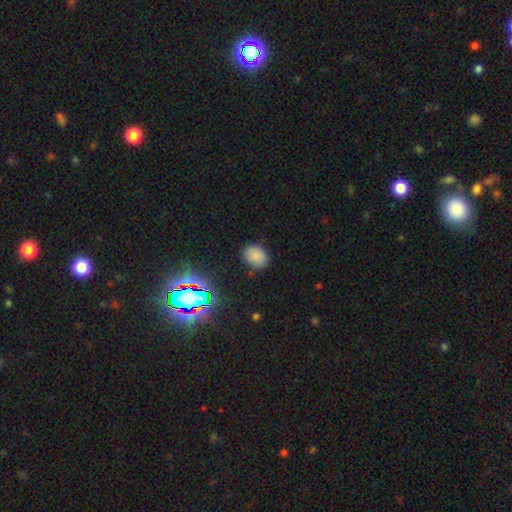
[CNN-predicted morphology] A smooth galaxy with no disk features (79%) that is in between round and cigar-shaped (61%). Merging: none (82%).